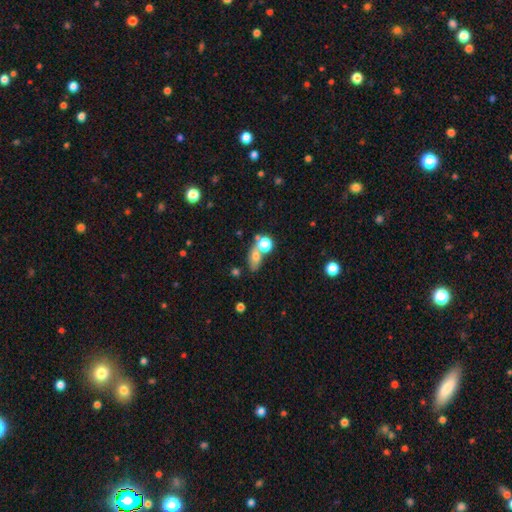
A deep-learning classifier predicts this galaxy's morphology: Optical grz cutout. It shows a smooth galaxy with no disk features (66%) that is in between round and cigar-shaped (66%). Merging: none (47%).